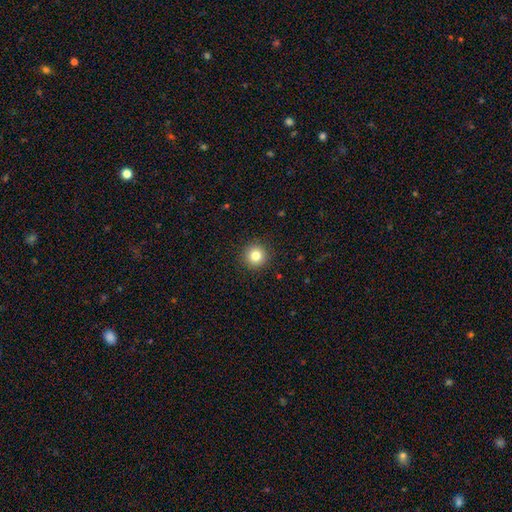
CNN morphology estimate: Q: Smooth or featured?
A: smooth (82%); runner-up: star or artifact (12%)
Q: How rounded?
A: round (95%); runner-up: in between (4%)
Q: Merging?
A: none (92%); runner-up: minor disturbance (5%)